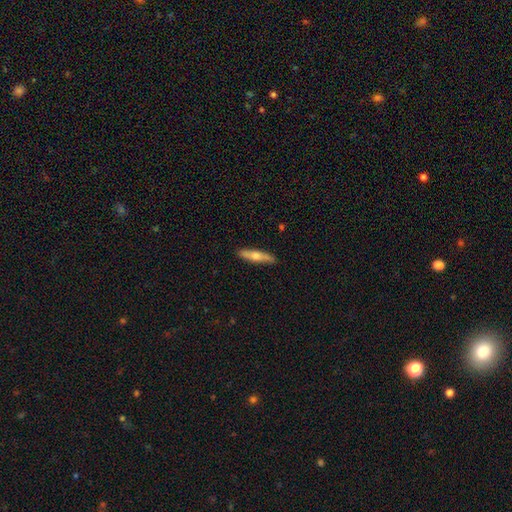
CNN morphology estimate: smooth-or-featured: smooth: 48% | featured or disk: 46% | star or artifact: 6%
  merging: none: 90% | minor disturbance: 8% | major disturbance: 1% | merger: 1%